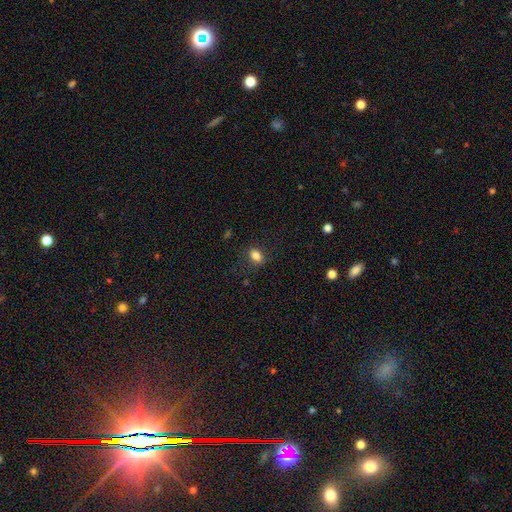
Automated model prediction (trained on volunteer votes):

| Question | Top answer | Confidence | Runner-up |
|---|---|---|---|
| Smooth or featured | smooth | 83% | star or artifact (10%) |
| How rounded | in between | 73% | round (26%) |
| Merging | none | 82% | minor disturbance (13%) |